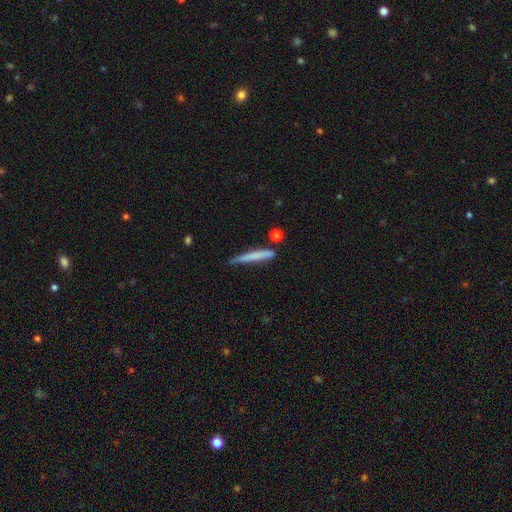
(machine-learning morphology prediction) smooth-or-featured: smooth: 66% | featured or disk: 27% | star or artifact: 7%
  how-rounded: cigar-shaped: 96% | in between: 3% | round: 1%
  merging: none: 69% | minor disturbance: 21% | merger: 5% | major disturbance: 5%